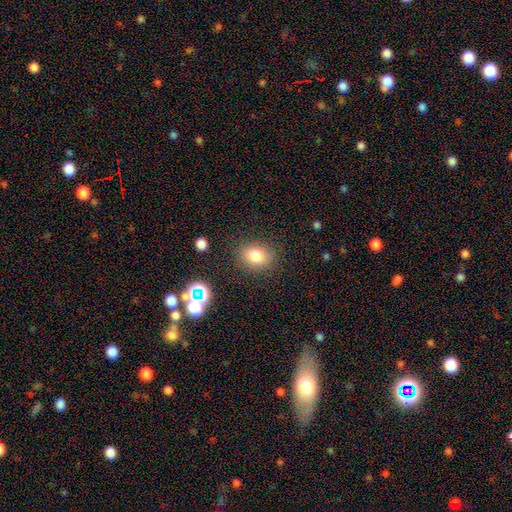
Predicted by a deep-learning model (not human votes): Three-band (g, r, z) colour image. It shows a smooth galaxy with no disk features (79%) that is round (52%). Merging: none (84%).